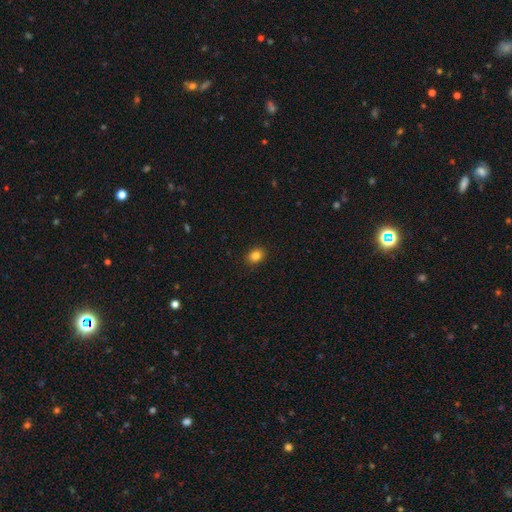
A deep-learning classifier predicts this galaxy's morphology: A smooth galaxy with no disk features (84%) that is in between round and cigar-shaped (60%). Merging: none (90%).